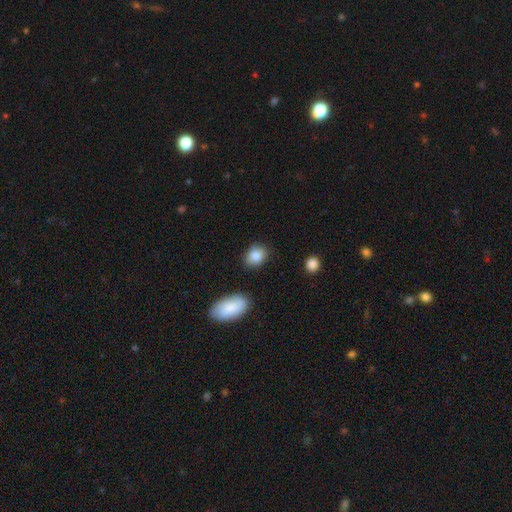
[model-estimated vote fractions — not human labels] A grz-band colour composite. It shows a smooth galaxy with no disk features (87%) that is in between round and cigar-shaped (63%). Merging: none (78%).